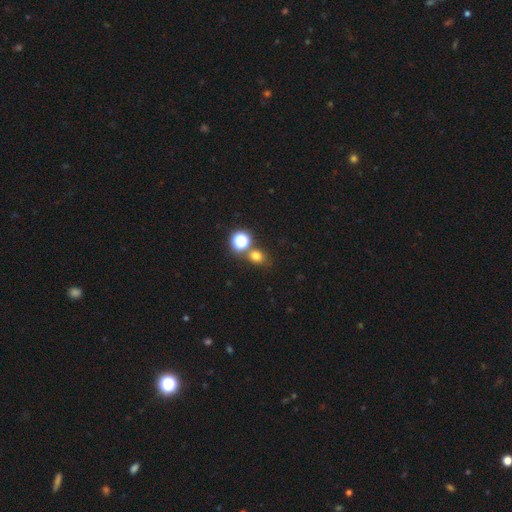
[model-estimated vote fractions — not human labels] Smooth or featured: smooth — 70% (star or artifact — 23%)
How rounded: round — 68% (in between — 31%)
Merging: none — 69% (merger — 18%)